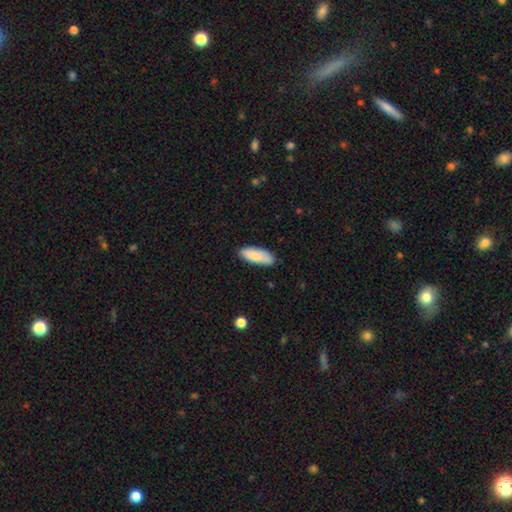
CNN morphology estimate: A smooth galaxy with no disk features (81%) that is in between round and cigar-shaped (74%). Merging: none (83%).